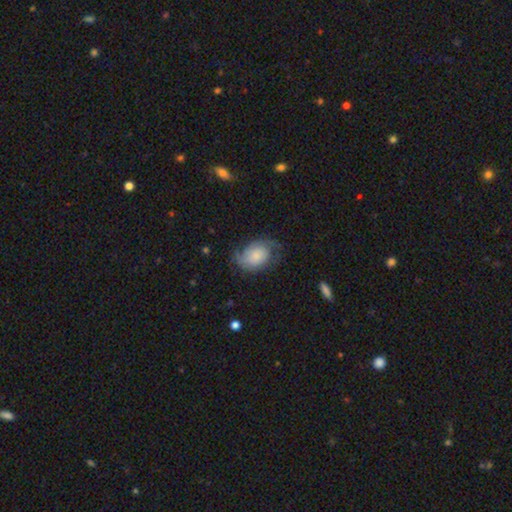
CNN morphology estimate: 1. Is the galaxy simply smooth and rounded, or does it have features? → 50% featured or disk, 42% smooth, 8% star or artifact.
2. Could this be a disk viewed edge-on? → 97% no, 3% yes.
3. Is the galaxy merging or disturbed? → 52% none, 28% minor disturbance, 18% major disturbance, 2% merger.